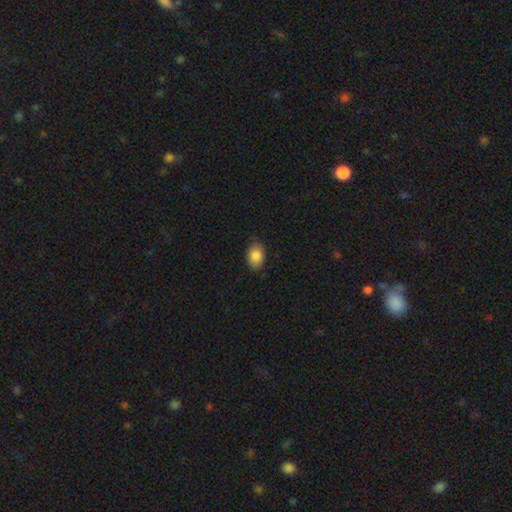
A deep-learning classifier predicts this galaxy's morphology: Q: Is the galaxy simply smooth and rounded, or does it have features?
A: smooth — 87%.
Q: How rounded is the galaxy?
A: in between — 82%.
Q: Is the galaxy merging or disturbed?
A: none — 81%.